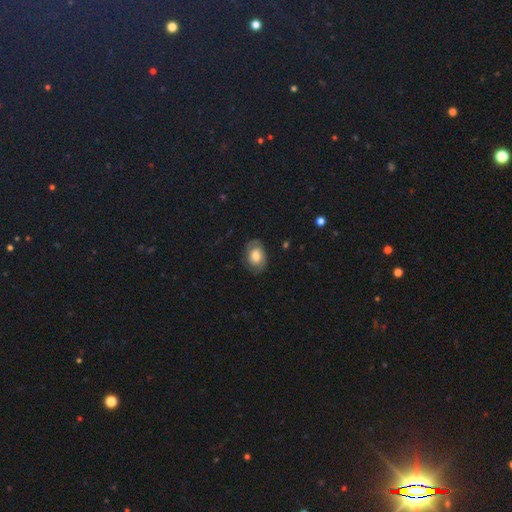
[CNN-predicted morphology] Overall: smooth (50%; featured or disk 42%). Merging: none (75%).